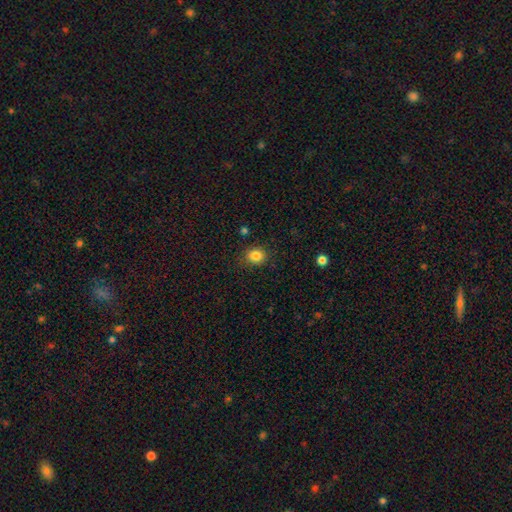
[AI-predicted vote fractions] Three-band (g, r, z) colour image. It shows a smooth galaxy with no disk features (84%) that is round (64%). Merging: none (86%).